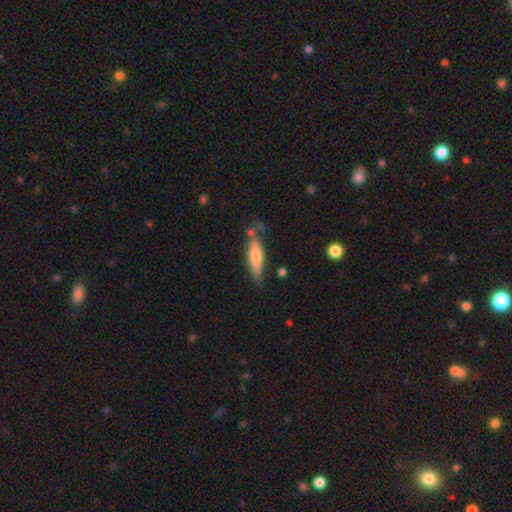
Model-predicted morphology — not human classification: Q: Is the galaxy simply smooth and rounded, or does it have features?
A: smooth — 56%.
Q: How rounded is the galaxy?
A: cigar-shaped — 74%.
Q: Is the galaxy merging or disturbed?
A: none — 67%.